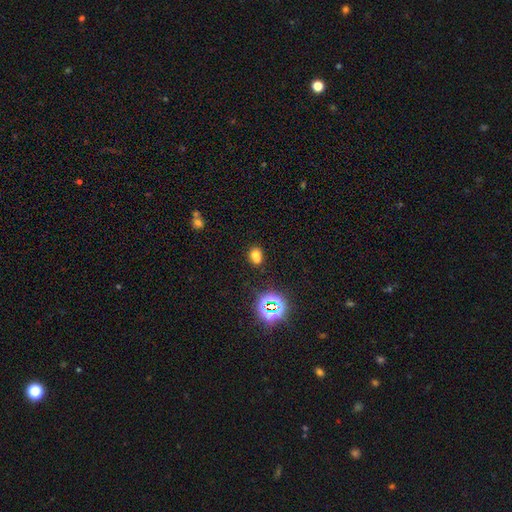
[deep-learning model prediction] Morphology: type=smooth (66%); roundness=in between (57%); merging=none (51%).